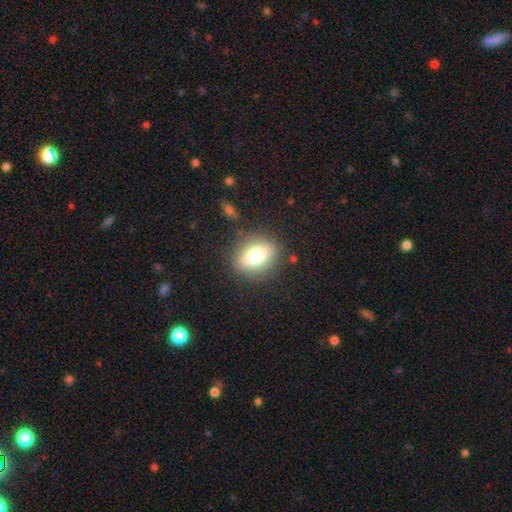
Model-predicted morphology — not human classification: The model was most divided on "how rounded": in between: 49%, round: 48%, cigar-shaped: 3%. More confident: merging — none (84%); smooth or featured — smooth (66%).